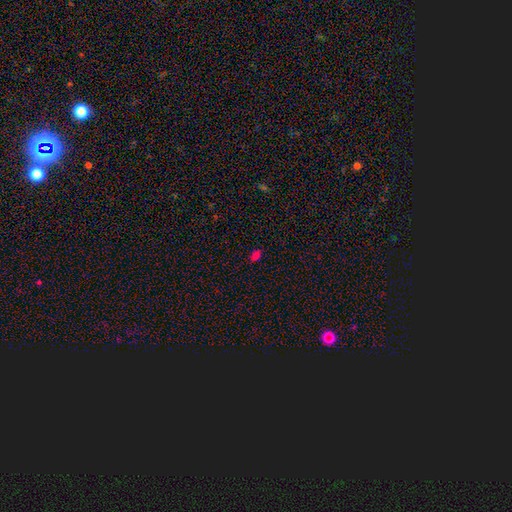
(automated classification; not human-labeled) This is likely a smooth galaxy (67%). How rounded: likely in between (76%). Merging: likely none (79%).